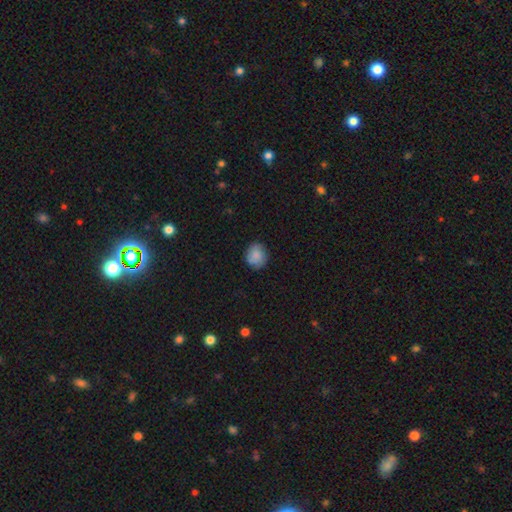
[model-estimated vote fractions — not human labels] Morphology: type=smooth (84%); roundness=round (78%); merging=none (82%).